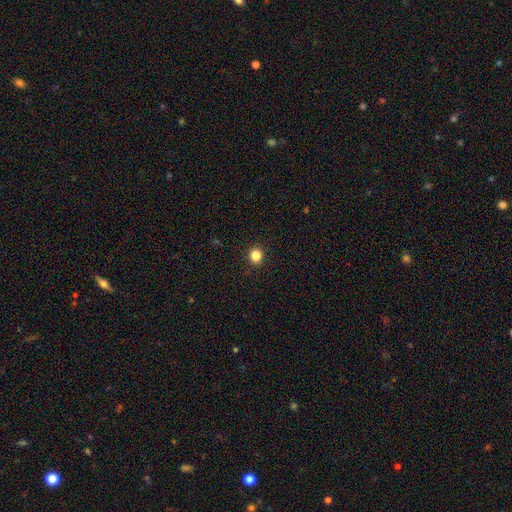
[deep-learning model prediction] smooth_or_featured: smooth (p=0.85) [alt: star or artifact p=0.11]
how_rounded: round (p=0.76) [alt: in between p=0.23]
merging: none (p=0.91) [alt: minor disturbance p=0.06]